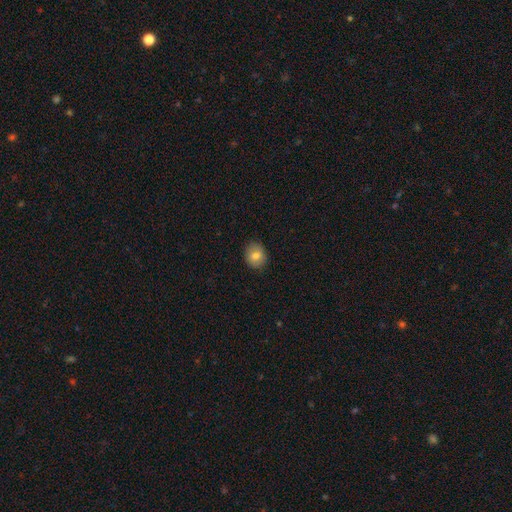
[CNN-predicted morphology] A smooth galaxy with no disk features (79%) that is round (62%). Merging: none (87%).